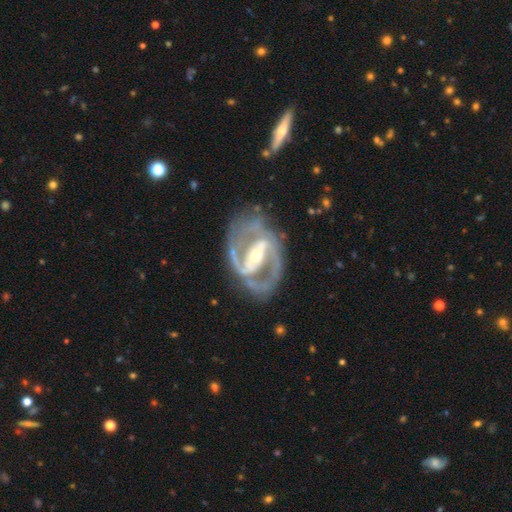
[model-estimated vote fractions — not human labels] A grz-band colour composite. It shows a featured or disk galaxy (91%) with a strong bar (62%), 2 (89%) medium (57%) spiral arms (96%) and a moderate central bulge (49%). Merging: none (70%).